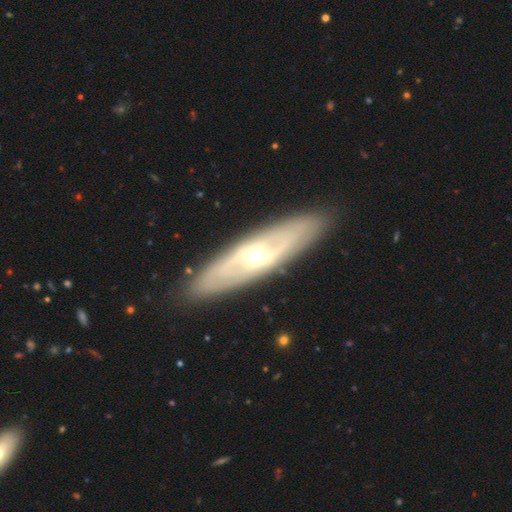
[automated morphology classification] Q: Smooth or featured?
A: featured or disk (74%); runner-up: smooth (20%)
Q: Edge-on disk?
A: no (65%); runner-up: yes (35%)
Q: Merging?
A: none (89%); runner-up: minor disturbance (8%)